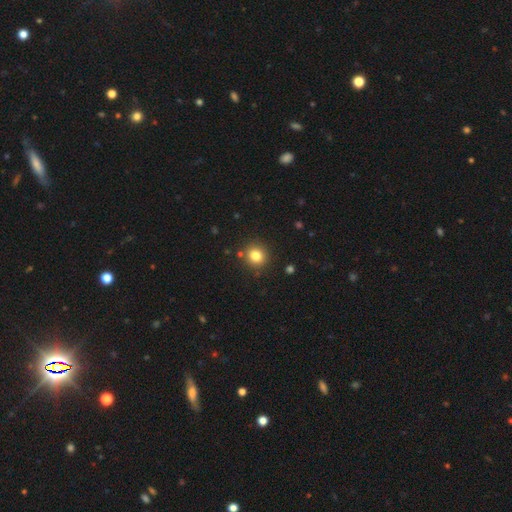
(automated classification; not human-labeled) Q: Smooth or featured?
A: smooth (81%); runner-up: star or artifact (12%)
Q: How rounded?
A: round (89%); runner-up: in between (10%)
Q: Merging?
A: none (88%); runner-up: minor disturbance (7%)